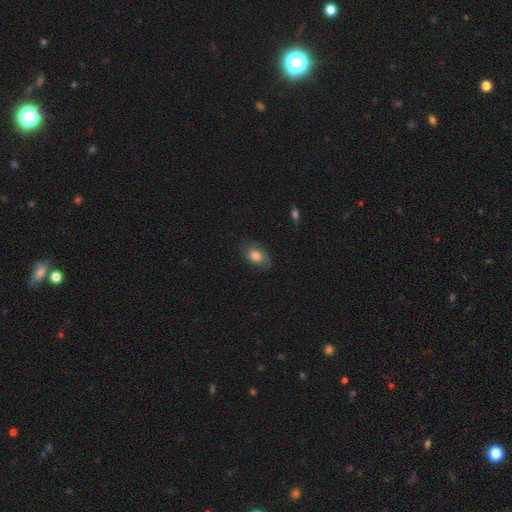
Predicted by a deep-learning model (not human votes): This is likely a smooth galaxy (78%). How rounded: clearly in between (84%). Merging: likely none (71%).